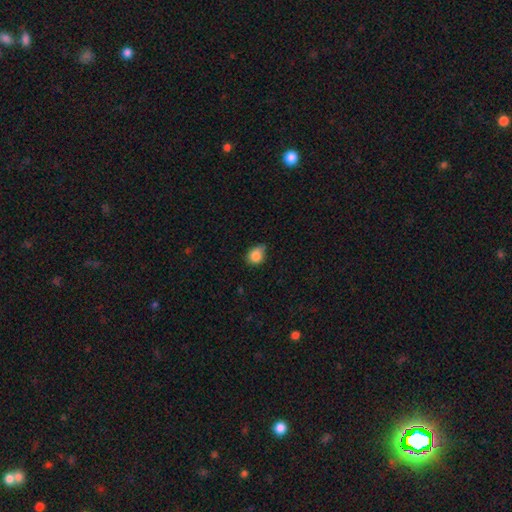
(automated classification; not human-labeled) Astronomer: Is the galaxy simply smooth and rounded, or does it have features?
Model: smooth — 85%.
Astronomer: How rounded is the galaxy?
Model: round — 56% (runner-up: in between, 43%).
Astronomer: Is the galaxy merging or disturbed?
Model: none — 49% (runner-up: minor disturbance, 42%).